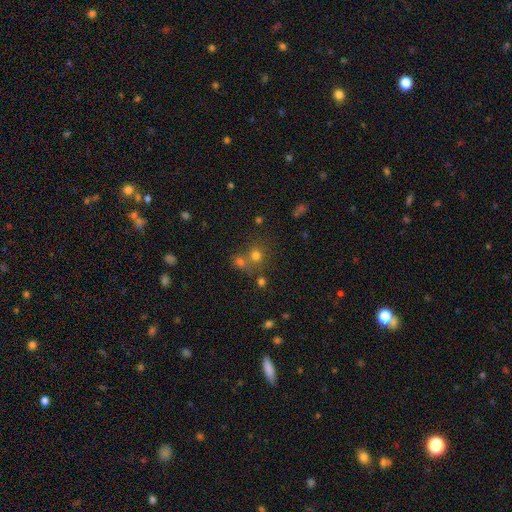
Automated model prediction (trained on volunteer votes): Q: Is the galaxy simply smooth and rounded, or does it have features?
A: smooth — 69%.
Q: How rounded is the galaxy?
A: round — 83%.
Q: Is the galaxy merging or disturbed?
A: none — 54%.